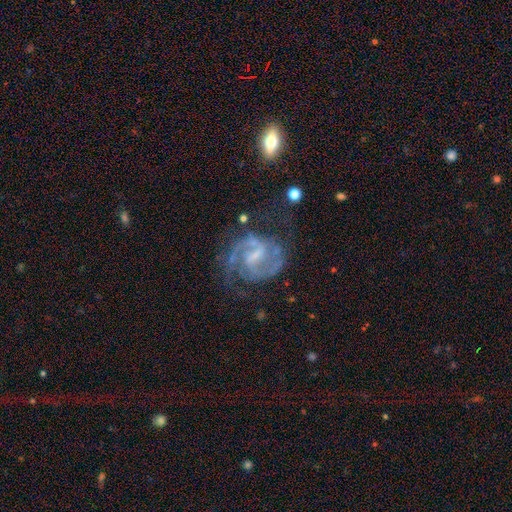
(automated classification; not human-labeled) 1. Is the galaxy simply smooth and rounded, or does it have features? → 90% featured or disk, 5% star or artifact, 5% smooth.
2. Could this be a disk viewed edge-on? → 98% no, 2% yes.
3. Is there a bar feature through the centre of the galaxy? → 54% weak, 31% strong, 15% no.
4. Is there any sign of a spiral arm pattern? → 97% yes, 3% no.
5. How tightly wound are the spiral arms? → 57% medium, 31% tight, 12% loose.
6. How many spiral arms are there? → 84% 2, 5% 3, 5% can't tell, 2% 1, 2% 4, 2% more than 4.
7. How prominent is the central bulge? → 43% small, 32% none, 22% moderate, 2% large, 1% dominant.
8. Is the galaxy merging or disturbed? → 65% none, 19% minor disturbance, 13% major disturbance, 2% merger.